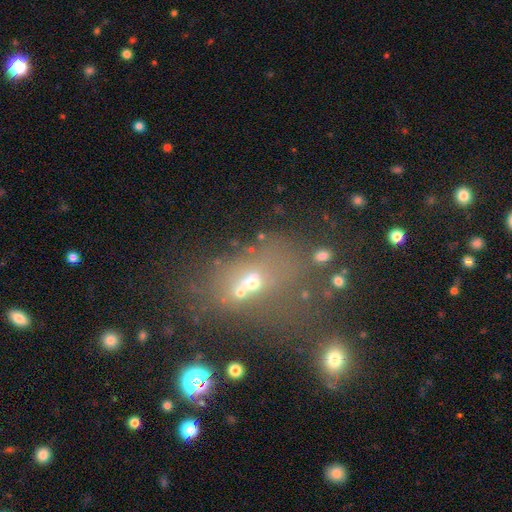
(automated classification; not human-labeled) Overall: smooth (42%; star or artifact 38%). Merging: none (46%; merger 26%).